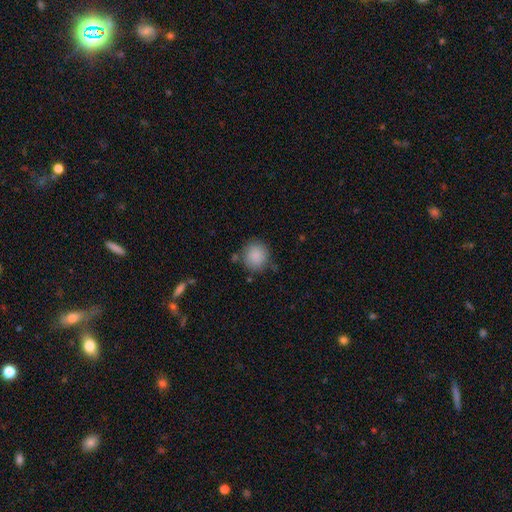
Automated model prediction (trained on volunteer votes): The model was most divided on "merging": none: 77%, minor disturbance: 15%, major disturbance: 4%, merger: 4%. More confident: smooth or featured — smooth (88%); how rounded — round (86%).